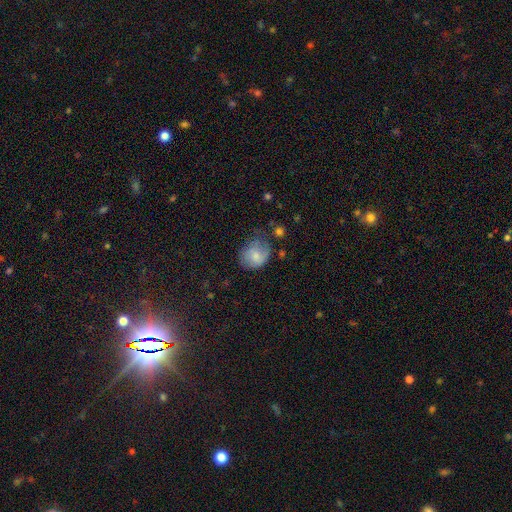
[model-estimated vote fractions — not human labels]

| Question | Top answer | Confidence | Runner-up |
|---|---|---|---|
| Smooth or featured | smooth | 67% | featured or disk (25%) |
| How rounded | round | 61% | in between (39%) |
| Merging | none | 44% | minor disturbance (35%) |